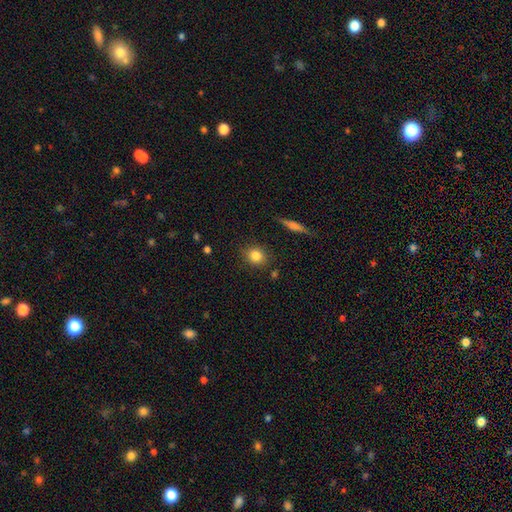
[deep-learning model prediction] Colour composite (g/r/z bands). It shows a smooth galaxy with no disk features (83%) that is round (73%). Merging: none (86%).